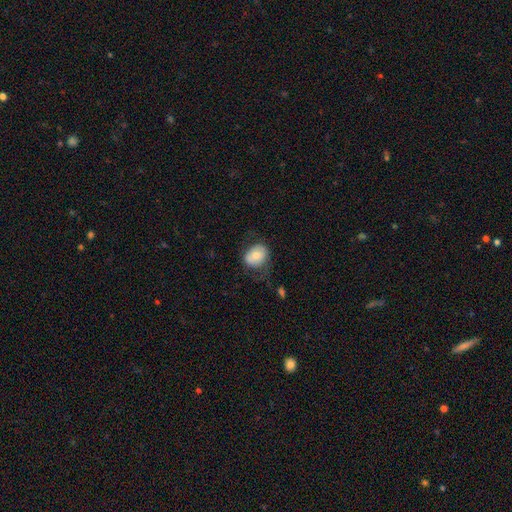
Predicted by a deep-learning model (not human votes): The model was most divided on "how rounded": in between: 53%, round: 46%, cigar-shaped: 1%. More confident: smooth or featured — smooth (67%); merging — none (55%).